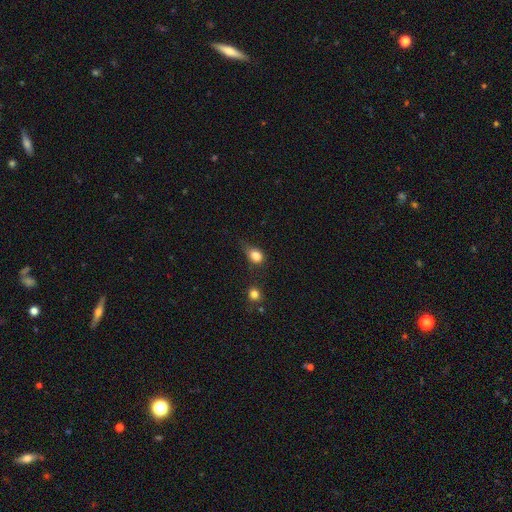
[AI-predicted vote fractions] A smooth galaxy with no disk features (82%) that is in between round and cigar-shaped (58%). Merging: none (39%).